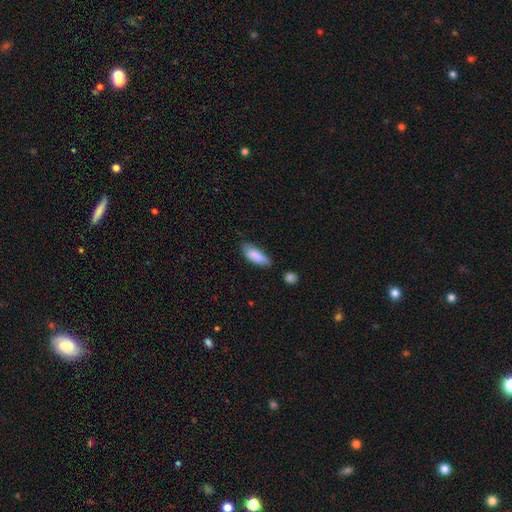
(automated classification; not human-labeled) Overall: smooth (84%). How rounded: in between (70%). Merging: none (62%; minor disturbance 29%).